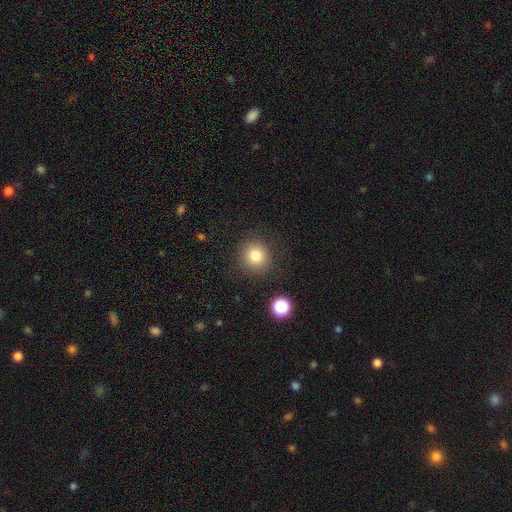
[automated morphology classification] smooth 80%, star or artifact 13%, featured or disk 7%. Down the decision tree: how rounded — round (93%); merging — none (88%).